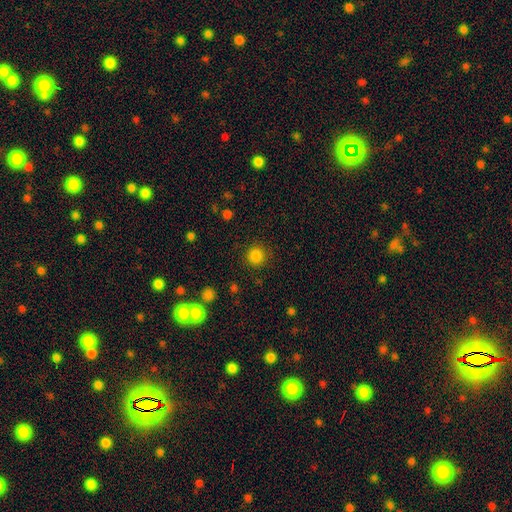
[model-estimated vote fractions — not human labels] Smooth or featured: smooth — 84% (star or artifact — 12%)
How rounded: round — 94% (in between — 5%)
Merging: none — 89% (minor disturbance — 7%)